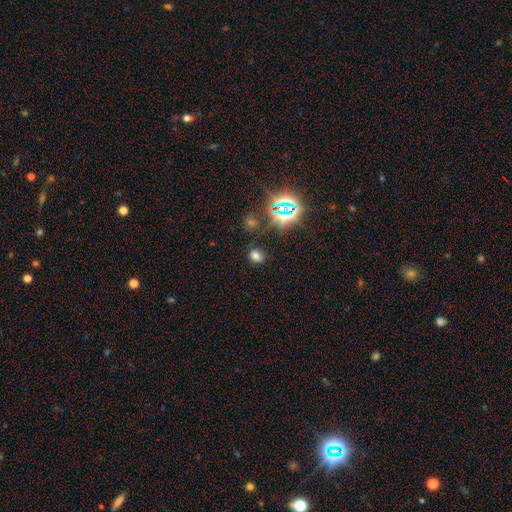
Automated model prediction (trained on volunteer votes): A smooth galaxy with no disk features (61%) that is in between round and cigar-shaped (50%).

Vote fractions:
- Smooth or featured? smooth: 61% / star or artifact: 31% / featured or disk: 9%
- How rounded? in between: 50% / round: 49% / cigar-shaped: 1%
- Merging? none: 83% / minor disturbance: 10% / major disturbance: 4% / merger: 3%